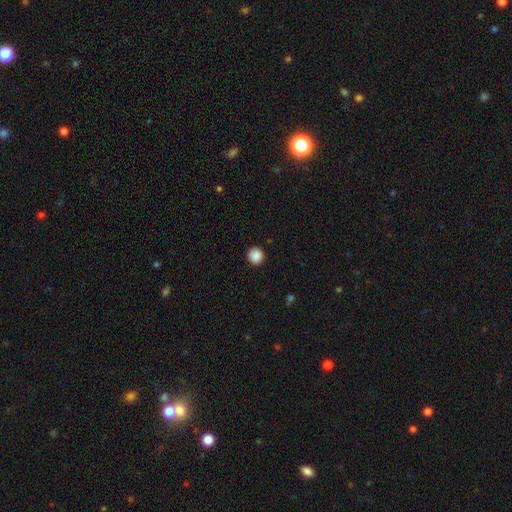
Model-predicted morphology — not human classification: Overall: smooth (89%). How rounded: round (93%). Merging: none (92%).